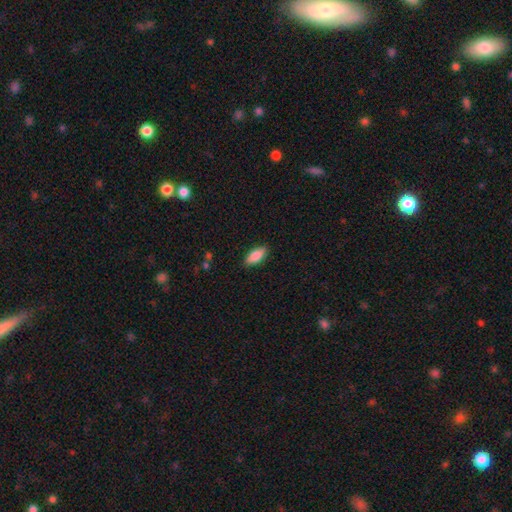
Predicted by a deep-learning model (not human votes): smooth 86%, featured or disk 7%, star or artifact 6%. Down the decision tree: how rounded — in between (84%); merging — none (88%).